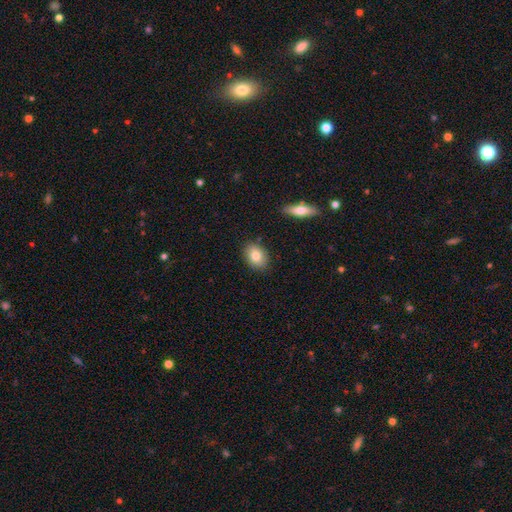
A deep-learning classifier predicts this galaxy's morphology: The model was most divided on "how rounded": in between: 73%, round: 26%, cigar-shaped: 2%. More confident: merging — none (86%); smooth or featured — smooth (82%).